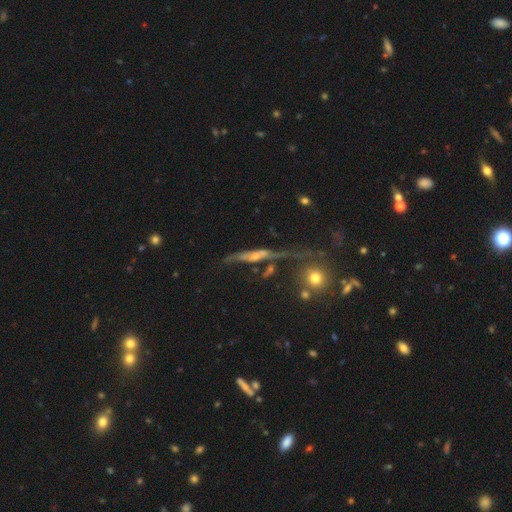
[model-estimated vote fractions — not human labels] This is likely a featured or disk galaxy (67%). It is likely viewed edge-on (73%). Merging: marginally none (44%).